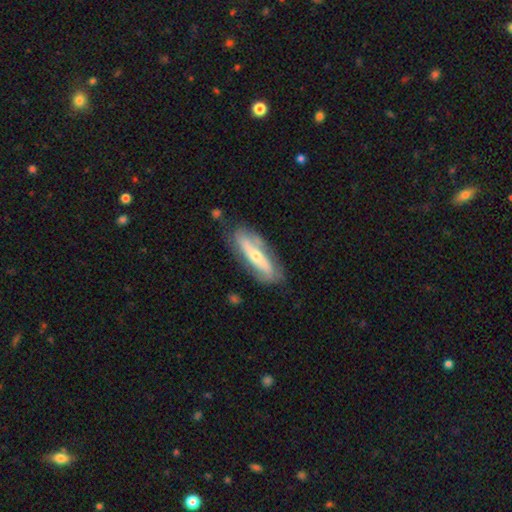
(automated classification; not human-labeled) smooth-or-featured: featured or disk: 67% | smooth: 27% | star or artifact: 5%
  disk-edge-on: no: 71% | yes: 29%
  merging: none: 72% | minor disturbance: 19% | major disturbance: 7% | merger: 3%